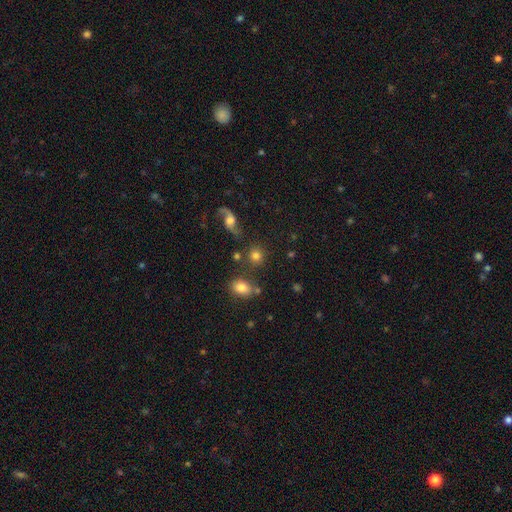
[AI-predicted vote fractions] Q: Smooth or featured?
A: smooth (78%); runner-up: featured or disk (12%)
Q: How rounded?
A: round (85%); runner-up: in between (13%)
Q: Merging?
A: none (73%); runner-up: minor disturbance (12%)